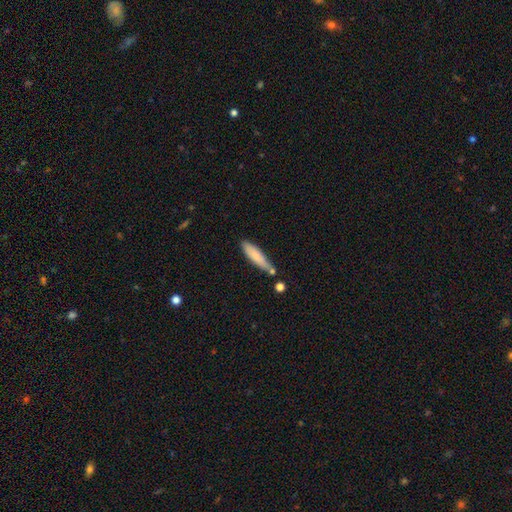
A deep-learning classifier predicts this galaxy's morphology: smooth 78%, featured or disk 16%, star or artifact 6%. Down the decision tree: how rounded — cigar-shaped (79%); merging — none (62%).